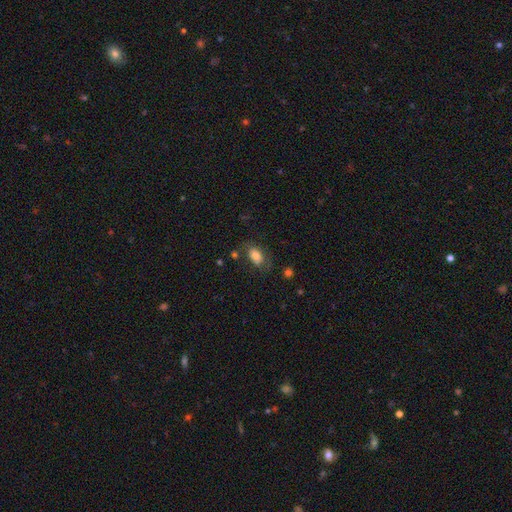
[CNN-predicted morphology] A smooth galaxy with no disk features (76%) that is in between round and cigar-shaped (89%). Merging: none (62%).